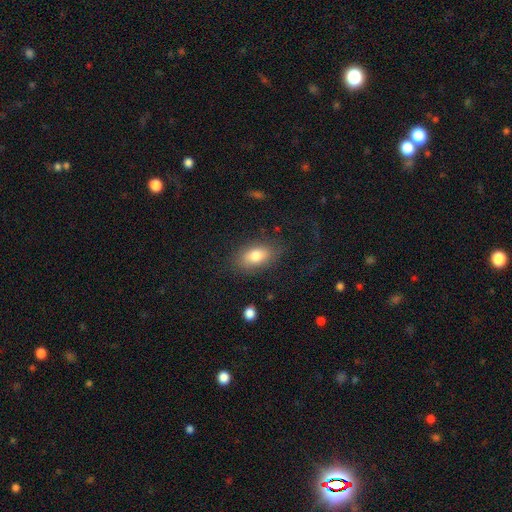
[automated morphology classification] Smooth or featured?
  - smooth: 78% *
  - featured or disk: 13%
  - star or artifact: 8%
How rounded?
  - in between: 88% *
  - round: 9%
  - cigar-shaped: 3%
Merging?
  - none: 76% *
  - minor disturbance: 16%
  - major disturbance: 6%
  - merger: 2%